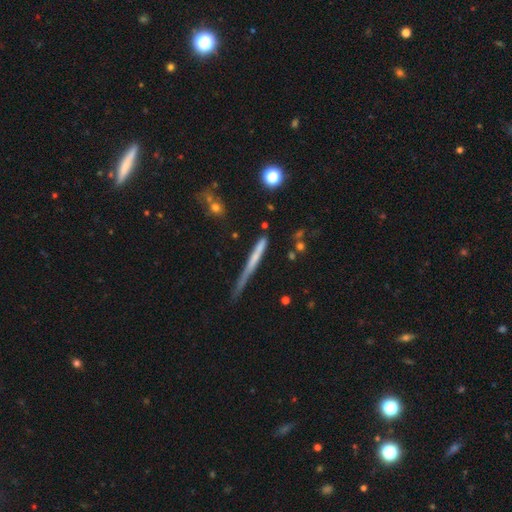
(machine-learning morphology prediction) Q: Smooth or featured?
A: featured or disk (46%); runner-up: smooth (45%)
Q: Merging?
A: none (58%); runner-up: minor disturbance (27%)